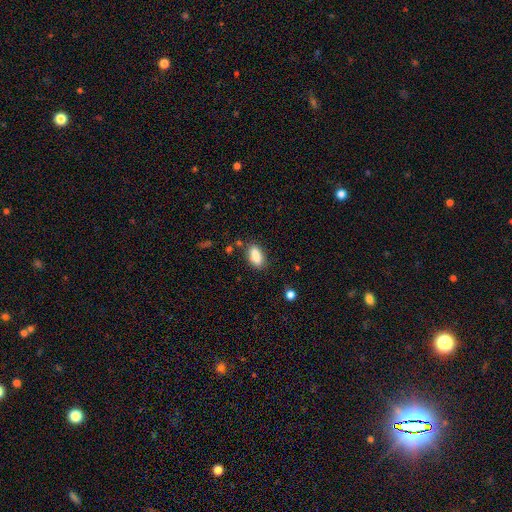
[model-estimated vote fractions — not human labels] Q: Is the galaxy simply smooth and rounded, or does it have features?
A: smooth — 86%.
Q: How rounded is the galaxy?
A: in between — 81%.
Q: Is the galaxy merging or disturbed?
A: none — 79%.